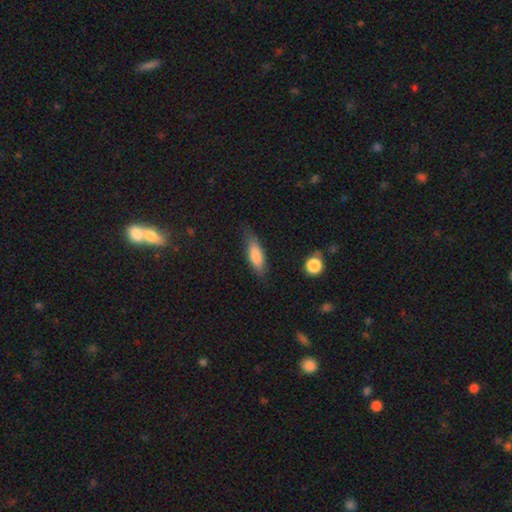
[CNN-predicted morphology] This is likely a smooth galaxy (77%). How rounded: possibly in between (57%). Merging: likely none (74%).